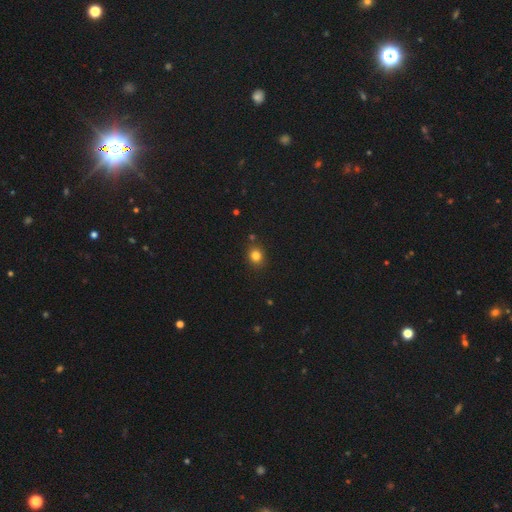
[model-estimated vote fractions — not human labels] Smooth or featured: smooth — 82% (star or artifact — 13%)
How rounded: round — 76% (in between — 23%)
Merging: none — 84% (minor disturbance — 9%)